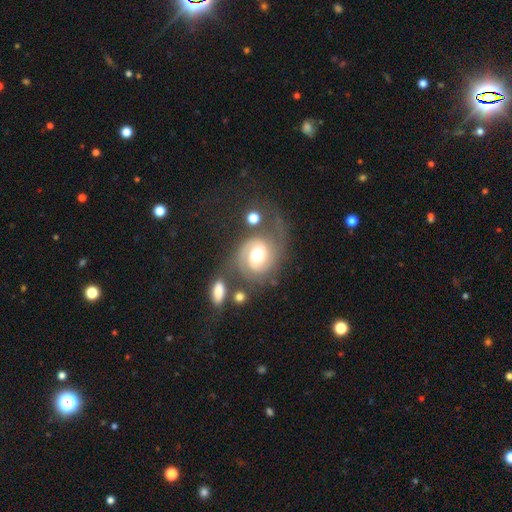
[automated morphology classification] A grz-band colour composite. It shows a featured or disk galaxy (84%) with no bar (57%), 2 (81%) tight (50%) spiral arms (96%) and a moderate central bulge (68%). Merging: none (49%).